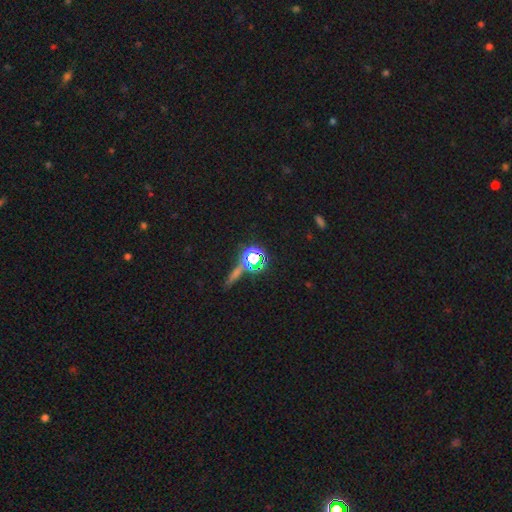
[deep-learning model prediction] Smooth or featured?
  - star or artifact: 64% *
  - smooth: 25%
  - featured or disk: 11%